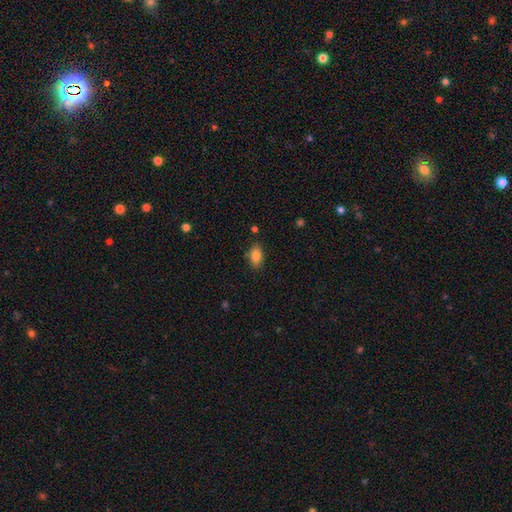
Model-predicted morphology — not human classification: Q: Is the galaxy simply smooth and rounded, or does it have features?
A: smooth — 83%.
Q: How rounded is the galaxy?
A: in between — 89%.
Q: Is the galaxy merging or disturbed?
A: none — 81%.